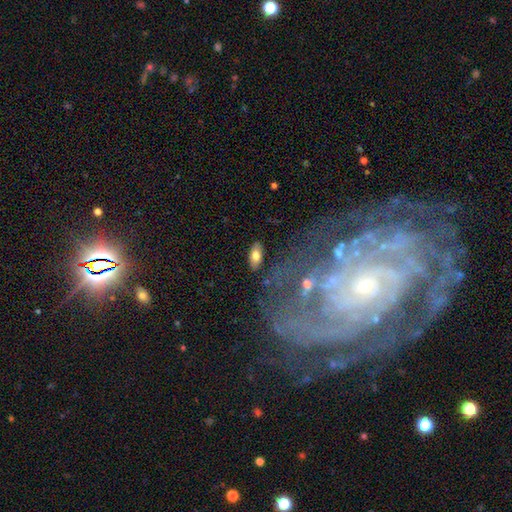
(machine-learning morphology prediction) Smooth or featured?
  - smooth: 73% *
  - featured or disk: 19%
  - star or artifact: 9%
How rounded?
  - in between: 89% *
  - cigar-shaped: 7%
  - round: 3%
Merging?
  - none: 84% *
  - minor disturbance: 10%
  - major disturbance: 3%
  - merger: 2%